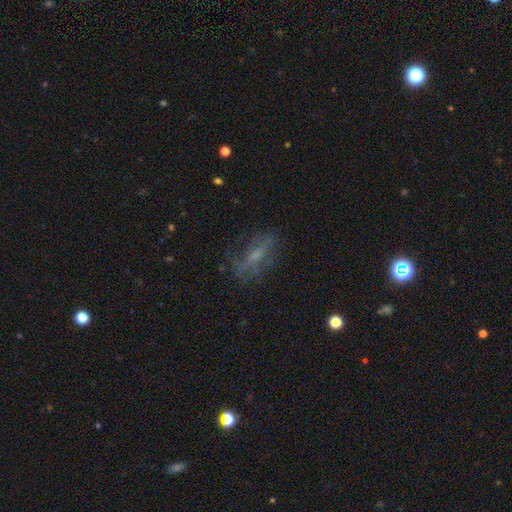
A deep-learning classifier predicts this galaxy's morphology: This is possibly a featured or disk galaxy (45%). Merging: likely none (61%).